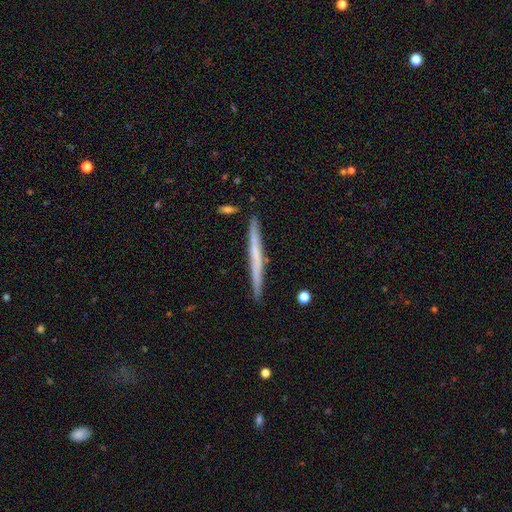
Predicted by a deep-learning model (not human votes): The model was most divided on "smooth or featured": featured or disk: 50%, smooth: 44%, star or artifact: 6%. More confident: merging — none (90%).